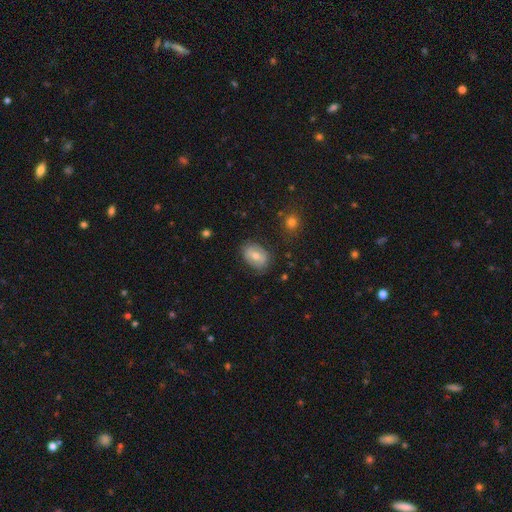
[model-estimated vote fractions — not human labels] This appears to be a smooth galaxy with no disk features (59%) that is in between round and cigar-shaped (78%). Merging: none (77%).